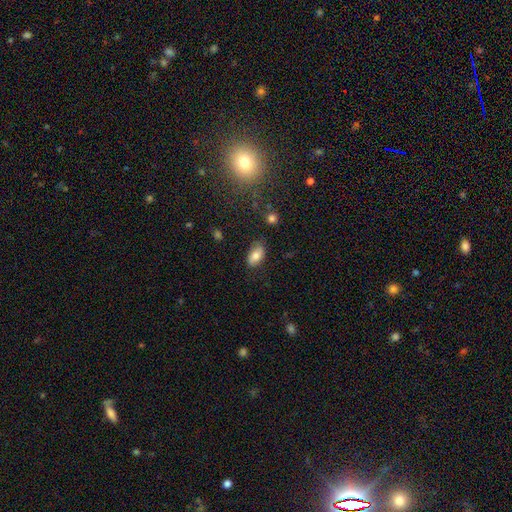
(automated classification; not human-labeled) This is likely a smooth galaxy (80%). How rounded: clearly in between (93%). Merging: likely none (73%).